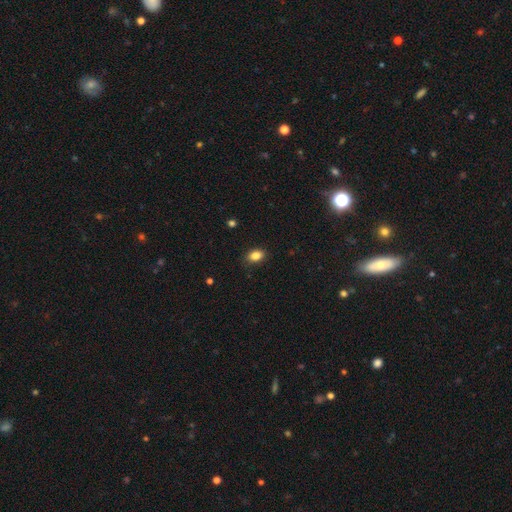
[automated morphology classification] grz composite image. It shows a smooth galaxy with no disk features (86%) that is in between round and cigar-shaped (82%). Merging: none (85%).